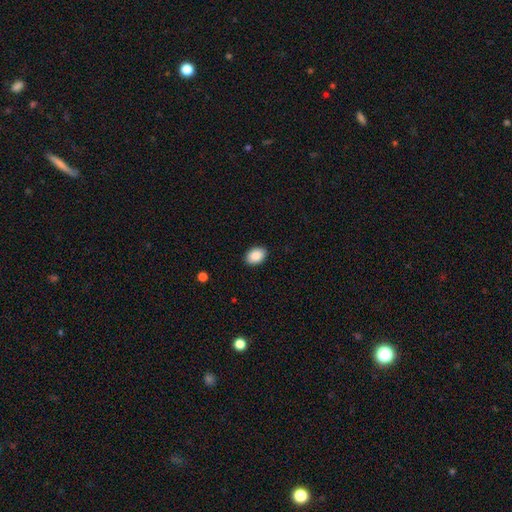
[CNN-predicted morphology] This appears to be a smooth galaxy with no disk features (89%) that is in between round and cigar-shaped (84%). Merging: none (89%).